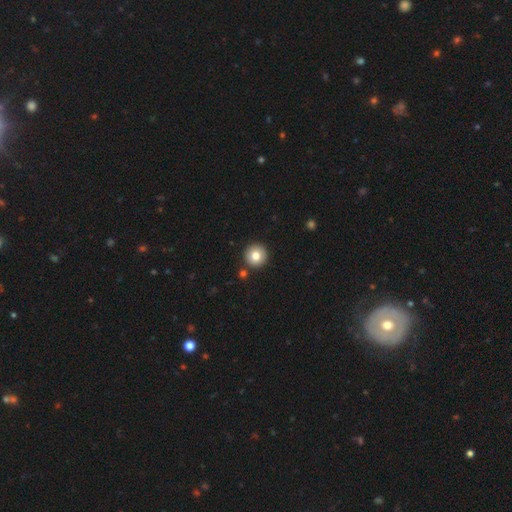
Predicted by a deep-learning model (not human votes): Smooth or featured? smooth (79%)
How rounded? round (96%)
Merging? none (88%)